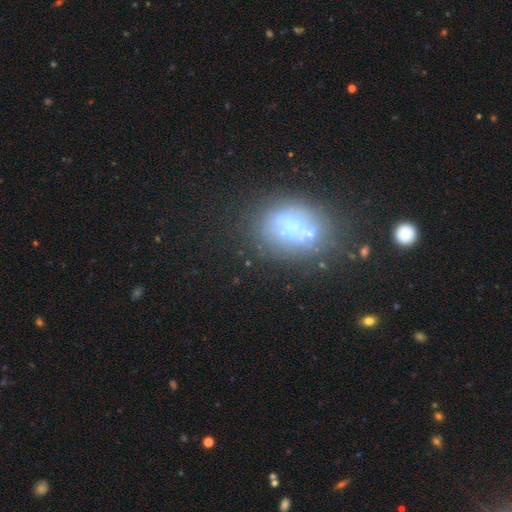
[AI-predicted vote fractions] This appears to be a smooth galaxy with no disk features (53%) that is in between round and cigar-shaped (74%). Merging: none (60%).